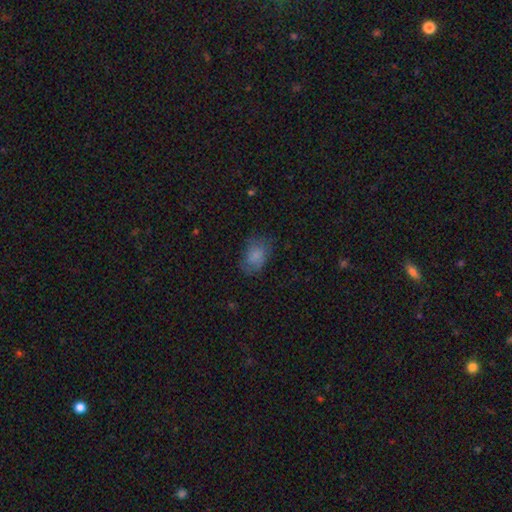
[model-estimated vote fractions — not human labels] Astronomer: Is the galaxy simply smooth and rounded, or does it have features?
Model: smooth — 79%.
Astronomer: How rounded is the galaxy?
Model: in between — 79%.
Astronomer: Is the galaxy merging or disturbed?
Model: none — 64%.